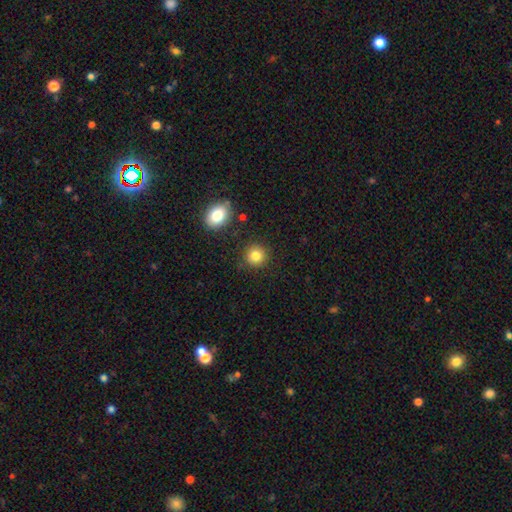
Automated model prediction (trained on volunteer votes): Smooth or featured?
  - smooth: 83% *
  - star or artifact: 11%
  - featured or disk: 6%
How rounded?
  - round: 90% *
  - in between: 9%
  - cigar-shaped: 1%
Merging?
  - none: 87% *
  - minor disturbance: 8%
  - merger: 3%
  - major disturbance: 3%